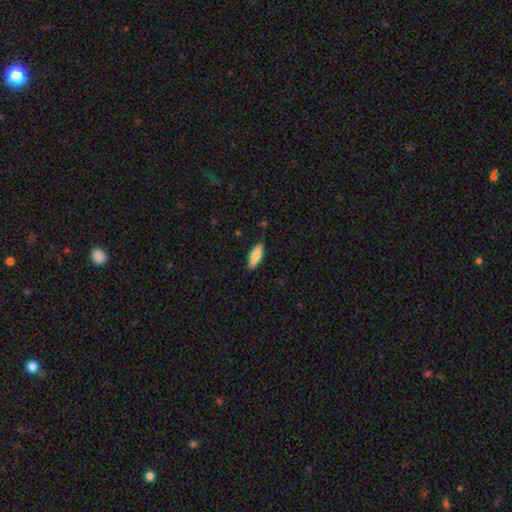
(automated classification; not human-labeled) Smooth or featured?
  - smooth: 74% *
  - featured or disk: 20%
  - star or artifact: 6%
How rounded?
  - in between: 57% *
  - cigar-shaped: 41%
  - round: 2%
Merging?
  - none: 85% *
  - minor disturbance: 12%
  - major disturbance: 2%
  - merger: 1%